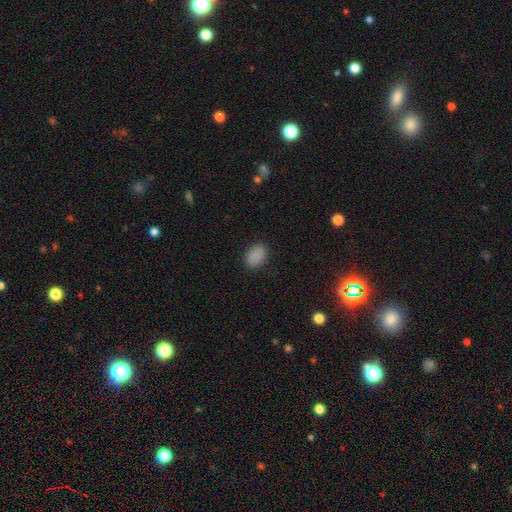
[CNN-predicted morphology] smooth-or-featured: smooth: 88% | star or artifact: 9% | featured or disk: 3%
  how-rounded: in between: 80% | round: 19% | cigar-shaped: 1%
  merging: none: 87% | minor disturbance: 10% | major disturbance: 2% | merger: 1%